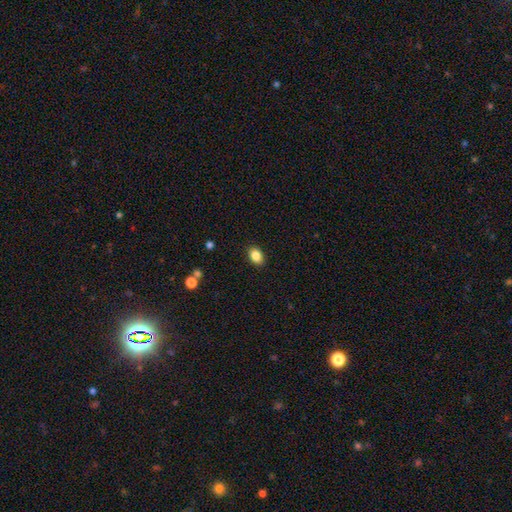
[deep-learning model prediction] smooth_or_featured: smooth (p=0.86) [alt: star or artifact p=0.09]
how_rounded: in between (p=0.80) [alt: round p=0.19]
merging: none (p=0.90) [alt: minor disturbance p=0.07]